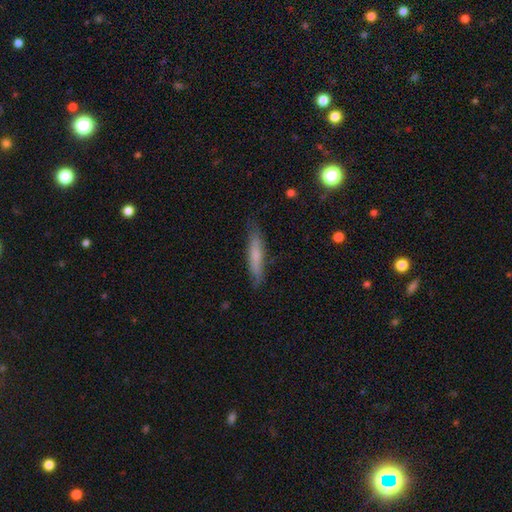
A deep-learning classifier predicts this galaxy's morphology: smooth_or_featured: smooth (p=0.67) [alt: featured or disk p=0.27]
how_rounded: cigar-shaped (p=0.90) [alt: in between p=0.09]
merging: none (p=0.82) [alt: minor disturbance p=0.14]